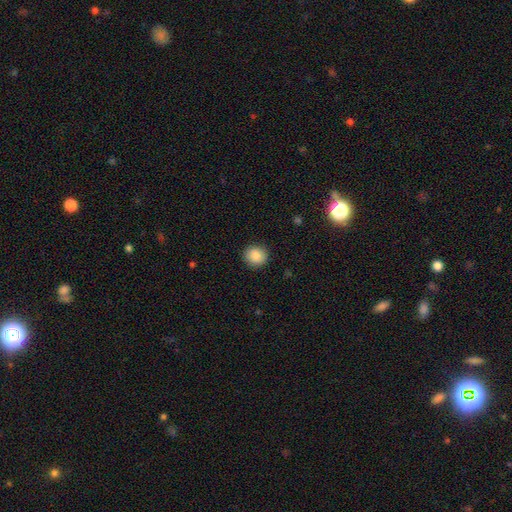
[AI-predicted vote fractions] This appears to be a smooth galaxy with no disk features (88%) that is round (86%). Merging: none (90%).